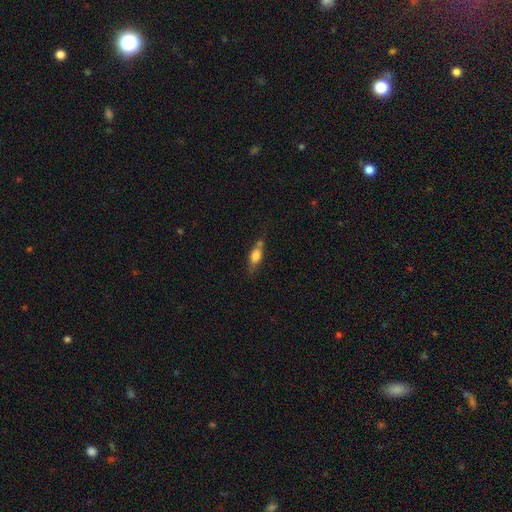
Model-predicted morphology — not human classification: This appears to be a smooth galaxy with no disk features (70%) that is in between round and cigar-shaped (71%). Merging: none (49%).